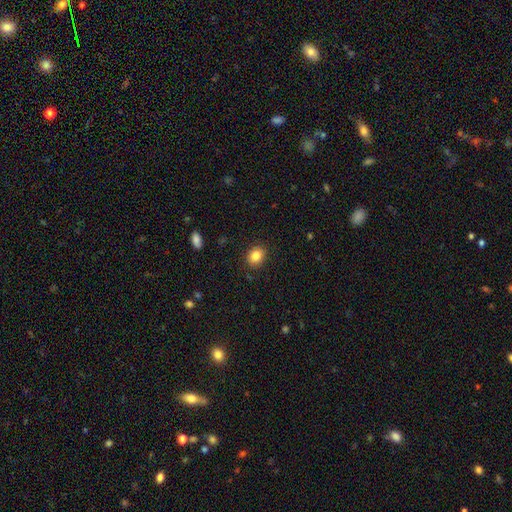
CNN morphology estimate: A smooth galaxy with no disk features (84%) that is round (53%).

Vote fractions:
- Smooth or featured? smooth: 84% / star or artifact: 10% / featured or disk: 6%
- How rounded? round: 53% / in between: 46% / cigar-shaped: 1%
- Merging? none: 89% / minor disturbance: 8% / major disturbance: 2% / merger: 1%